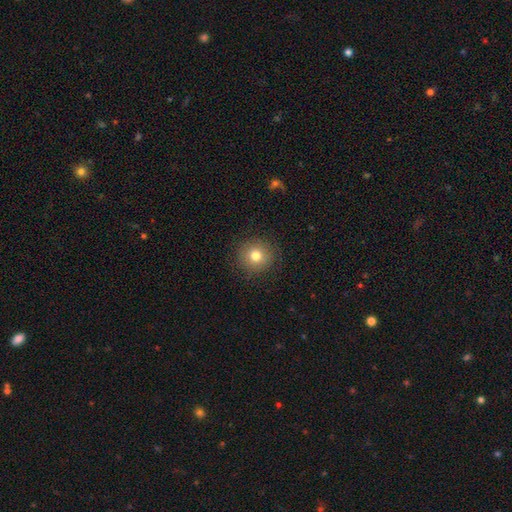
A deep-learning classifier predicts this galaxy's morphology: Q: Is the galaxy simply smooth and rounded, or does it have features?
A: smooth — 78%.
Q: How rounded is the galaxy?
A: round — 92%.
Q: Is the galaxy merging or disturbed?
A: none — 89%.